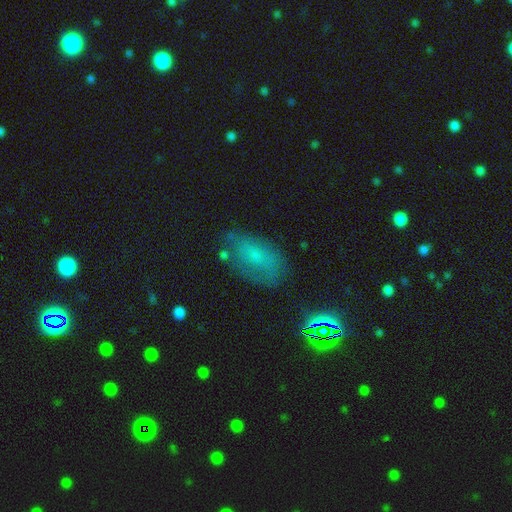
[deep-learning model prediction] Overall: smooth (52%; featured or disk 29%). How rounded: in between (88%). Merging: none (62%; minor disturbance 24%).